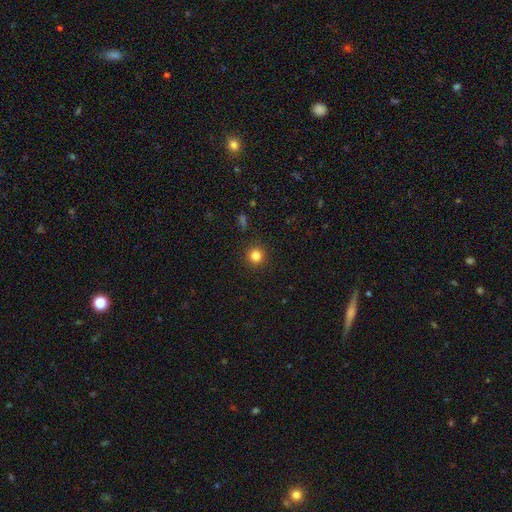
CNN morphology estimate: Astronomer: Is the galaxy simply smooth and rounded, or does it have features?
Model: smooth — 83%.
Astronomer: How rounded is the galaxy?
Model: round — 95%.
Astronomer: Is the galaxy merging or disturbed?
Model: none — 92%.